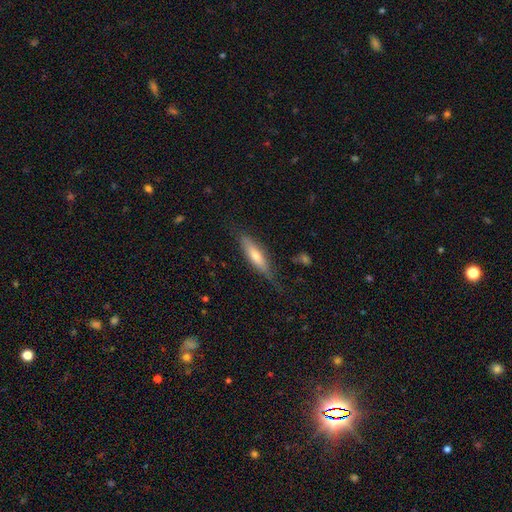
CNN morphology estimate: smooth 53%, featured or disk 40%, star or artifact 6%. Down the decision tree: how rounded — cigar-shaped (71%); merging — none (70%).